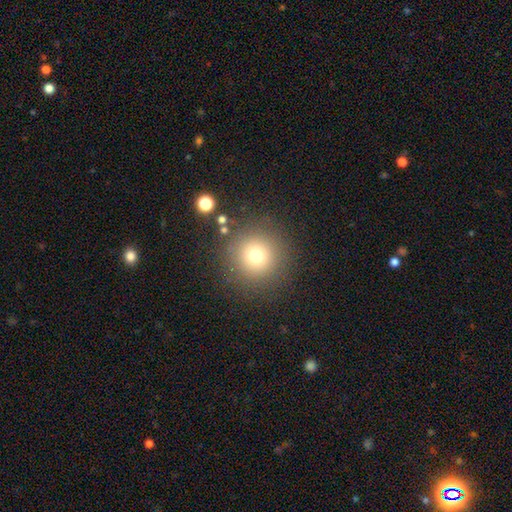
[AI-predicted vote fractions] Smooth or featured? smooth (73%)
How rounded? round (96%)
Merging? none (87%)